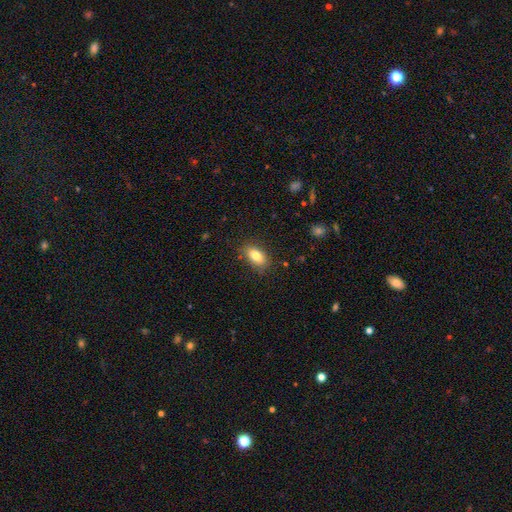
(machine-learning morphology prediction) This is clearly a smooth galaxy (82%). How rounded: clearly in between (89%). Merging: clearly none (84%).